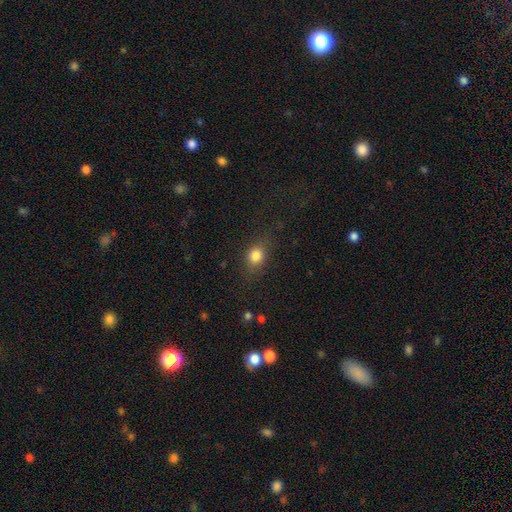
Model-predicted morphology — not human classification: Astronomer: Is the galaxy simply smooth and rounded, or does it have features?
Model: smooth — 81%.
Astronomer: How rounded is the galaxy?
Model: round — 51% (runner-up: in between, 47%).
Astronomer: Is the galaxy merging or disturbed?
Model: none — 77%.